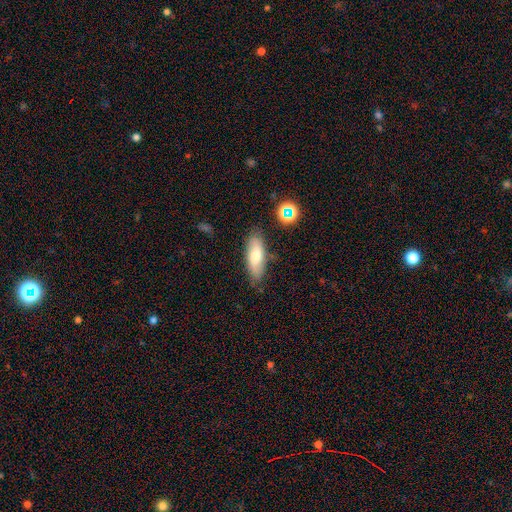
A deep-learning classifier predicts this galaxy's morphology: Q: Smooth or featured?
A: smooth (70%); runner-up: featured or disk (23%)
Q: How rounded?
A: in between (67%); runner-up: cigar-shaped (30%)
Q: Merging?
A: none (78%); runner-up: minor disturbance (16%)